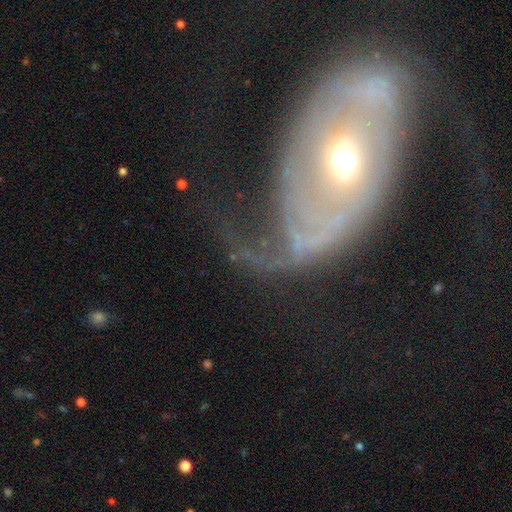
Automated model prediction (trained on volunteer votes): Overall: featured or disk (79%). Edge-on disk: no (94%). Bar: no (60%; weak 25%). Spiral arms: yes (78%). Spiral arm count: 2 (71%). Spiral winding: loose (49%; medium 31%). Bulge size: moderate (63%; small 30%). Merging: none (45%; major disturbance 34%).